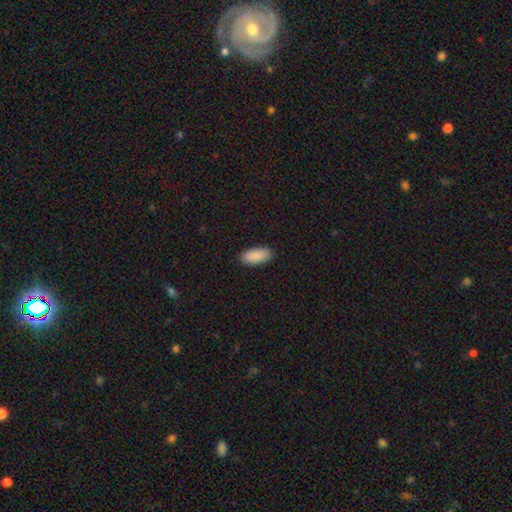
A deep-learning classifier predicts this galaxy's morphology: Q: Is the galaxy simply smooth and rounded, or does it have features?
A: smooth — 91%.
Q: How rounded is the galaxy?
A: in between — 88%.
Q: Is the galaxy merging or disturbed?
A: none — 89%.